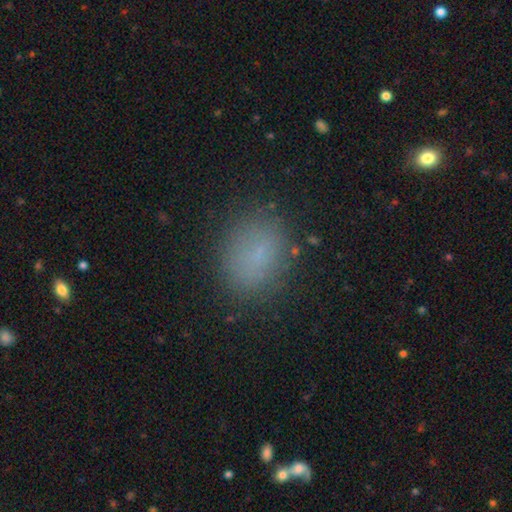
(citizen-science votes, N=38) smooth-or-featured: smooth: 89% | featured or disk: 8% | star or artifact: 3%
  how-rounded: in between: 62% | round: 35% | cigar-shaped: 3%
  merging: none: 73% | minor disturbance: 14% | major disturbance: 11% | merger: 3%